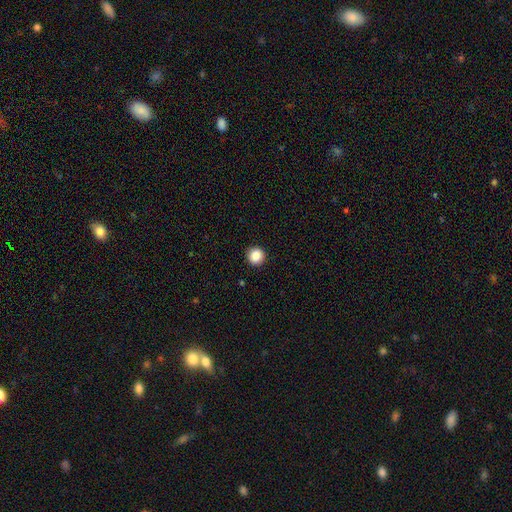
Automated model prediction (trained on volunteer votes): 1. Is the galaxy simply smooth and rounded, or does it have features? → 87% smooth, 9% star or artifact, 4% featured or disk.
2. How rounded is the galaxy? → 95% round, 4% in between, 1% cigar-shaped.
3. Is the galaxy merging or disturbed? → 93% none, 4% minor disturbance, 1% major disturbance, 1% merger.